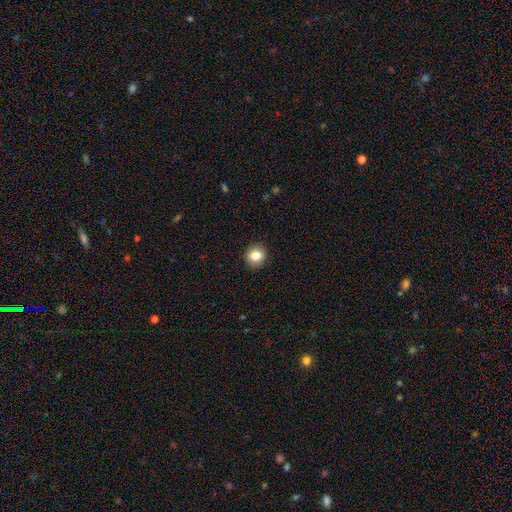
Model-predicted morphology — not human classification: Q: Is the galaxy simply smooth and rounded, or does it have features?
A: smooth — 82%.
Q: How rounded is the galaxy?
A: round — 86%.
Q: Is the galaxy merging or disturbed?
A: none — 91%.